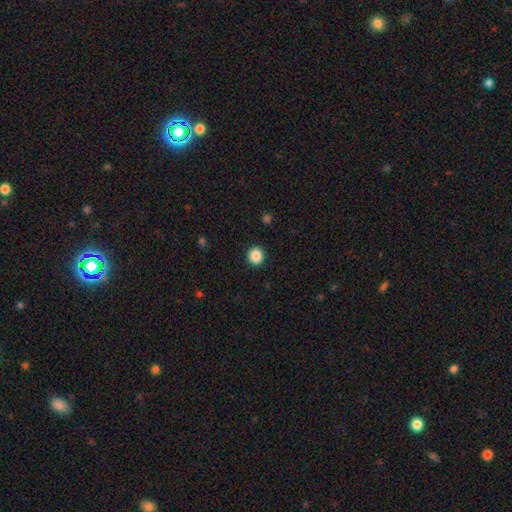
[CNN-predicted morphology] Smooth or featured: smooth — 88% (star or artifact — 9%)
How rounded: round — 90% (in between — 9%)
Merging: none — 92% (minor disturbance — 5%)